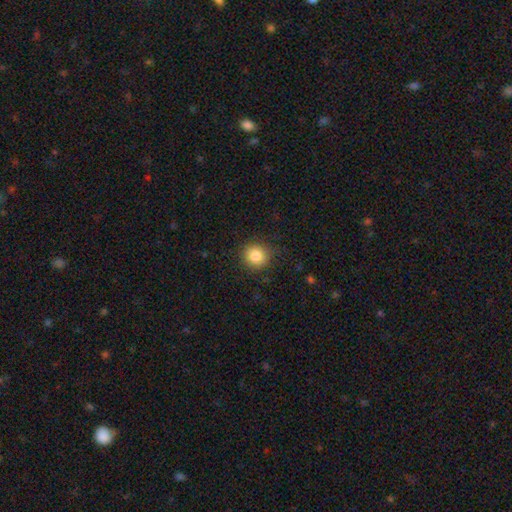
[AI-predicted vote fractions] smooth-or-featured: smooth: 85% | star or artifact: 10% | featured or disk: 5%
  how-rounded: round: 90% | in between: 9% | cigar-shaped: 1%
  merging: none: 86% | minor disturbance: 10% | major disturbance: 3% | merger: 1%